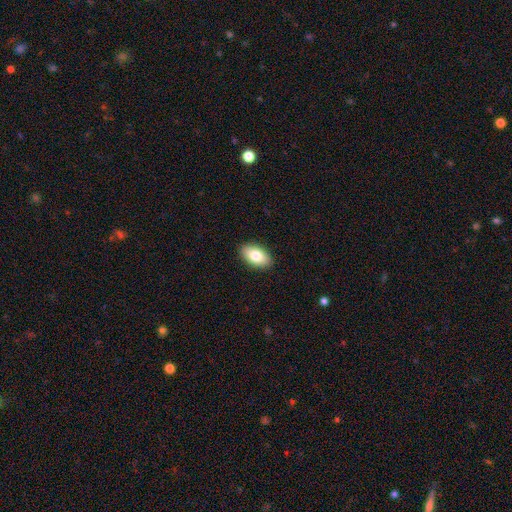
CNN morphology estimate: Smooth or featured?
  - smooth: 80% *
  - featured or disk: 13%
  - star or artifact: 7%
How rounded?
  - in between: 93% *
  - round: 5%
  - cigar-shaped: 2%
Merging?
  - none: 90% *
  - minor disturbance: 7%
  - major disturbance: 2%
  - merger: 1%